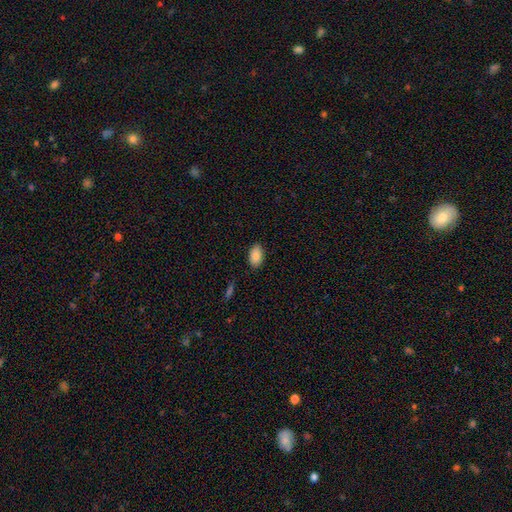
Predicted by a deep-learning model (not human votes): This appears to be a smooth galaxy with no disk features (87%) that is in between round and cigar-shaped (93%). Merging: none (88%).